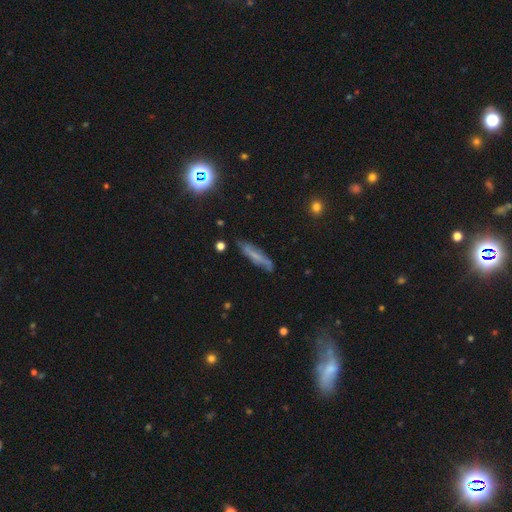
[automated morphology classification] This is possibly a smooth galaxy (46%). Merging: likely none (73%).